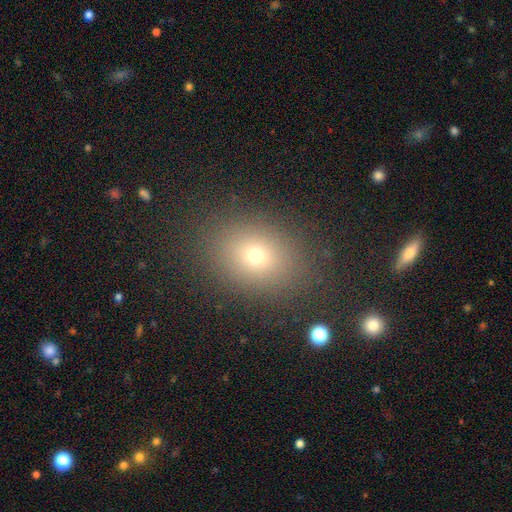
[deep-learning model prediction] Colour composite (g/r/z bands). It shows a smooth galaxy with no disk features (68%) that is in between round and cigar-shaped (58%). Merging: none (86%).